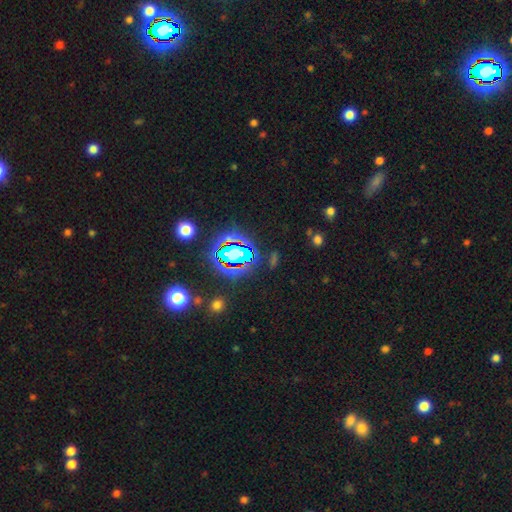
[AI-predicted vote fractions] This is likely a star or artifact rather than a galaxy (78%).